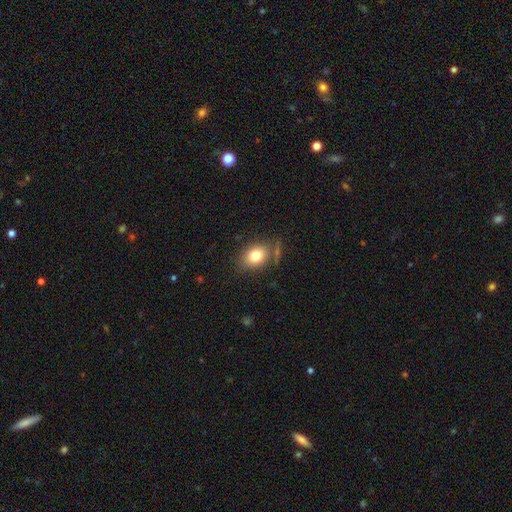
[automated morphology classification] This appears to be a smooth galaxy with no disk features (79%) that is in between round and cigar-shaped (73%). Merging: none (71%).